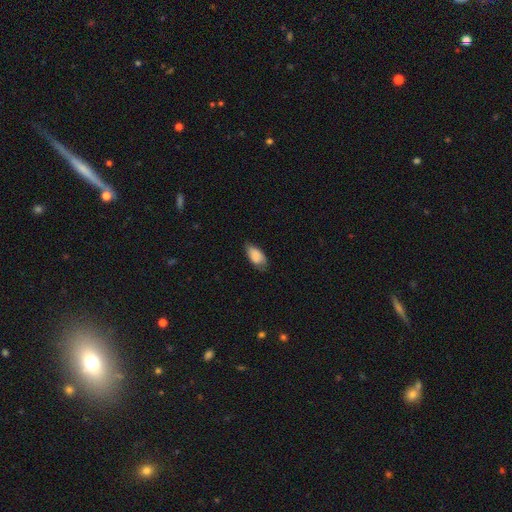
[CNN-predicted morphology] smooth-or-featured: smooth: 84% | featured or disk: 10% | star or artifact: 6%
  how-rounded: in between: 92% | cigar-shaped: 4% | round: 3%
  merging: none: 68% | minor disturbance: 26% | major disturbance: 5% | merger: 1%